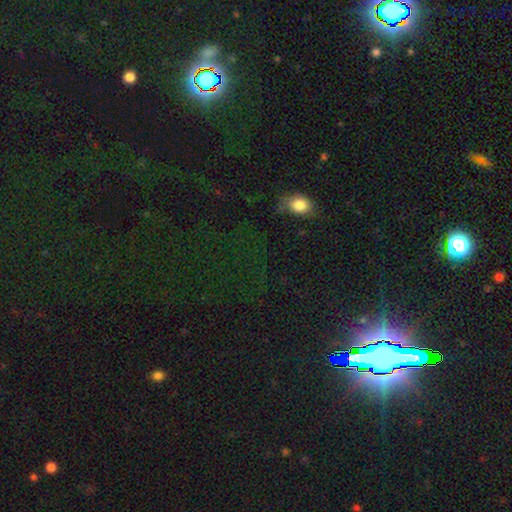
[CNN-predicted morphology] Smooth or featured? star or artifact (76%)